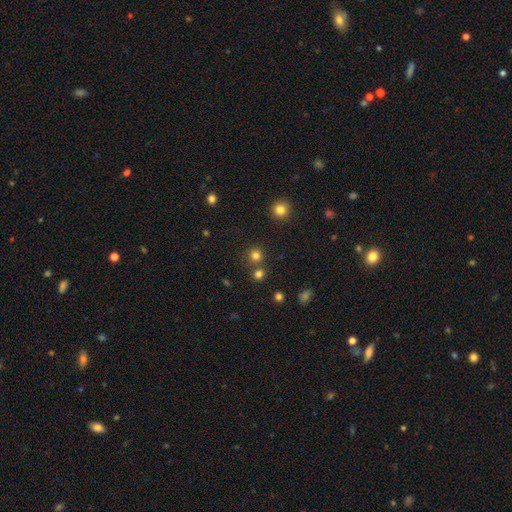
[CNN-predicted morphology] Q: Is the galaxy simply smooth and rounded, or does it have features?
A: smooth — 78%.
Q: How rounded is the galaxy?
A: round — 92%.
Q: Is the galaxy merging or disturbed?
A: none — 76%.